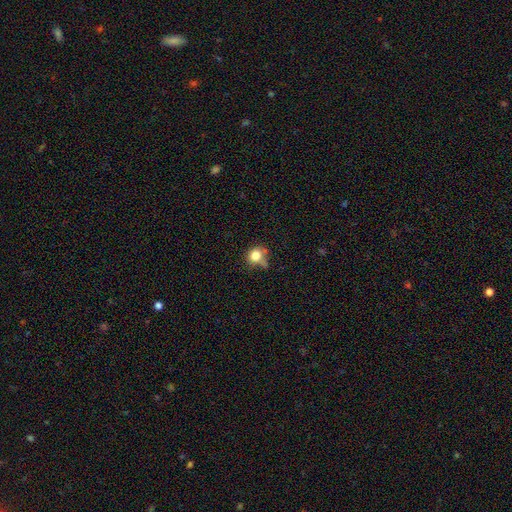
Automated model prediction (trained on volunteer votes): A smooth galaxy with no disk features (79%) that is round (74%).

Vote fractions:
- Smooth or featured? smooth: 79% / star or artifact: 11% / featured or disk: 10%
- How rounded? round: 74% / in between: 25% / cigar-shaped: 1%
- Merging? none: 51% / minor disturbance: 26% / merger: 13% / major disturbance: 10%